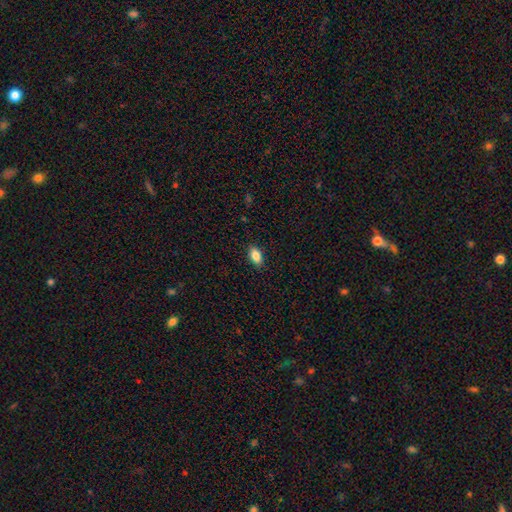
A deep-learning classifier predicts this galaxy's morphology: Smooth or featured?
  - smooth: 86% *
  - star or artifact: 8%
  - featured or disk: 6%
How rounded?
  - in between: 90% *
  - round: 6%
  - cigar-shaped: 4%
Merging?
  - none: 88% *
  - minor disturbance: 9%
  - major disturbance: 2%
  - merger: 1%